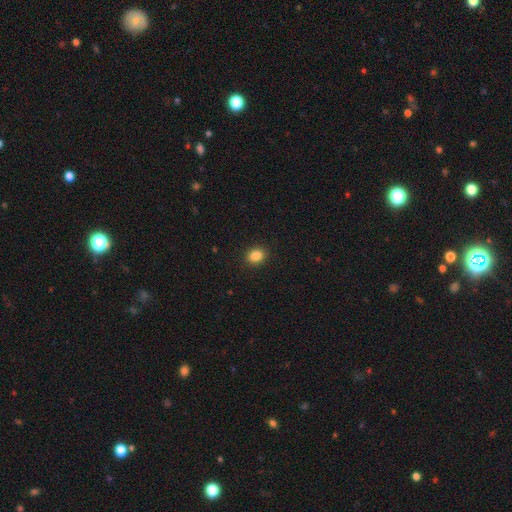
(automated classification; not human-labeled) smooth-or-featured: smooth: 87% | star or artifact: 10% | featured or disk: 3%
  how-rounded: round: 53% | in between: 46% | cigar-shaped: 1%
  merging: none: 90% | minor disturbance: 7% | major disturbance: 2% | merger: 1%